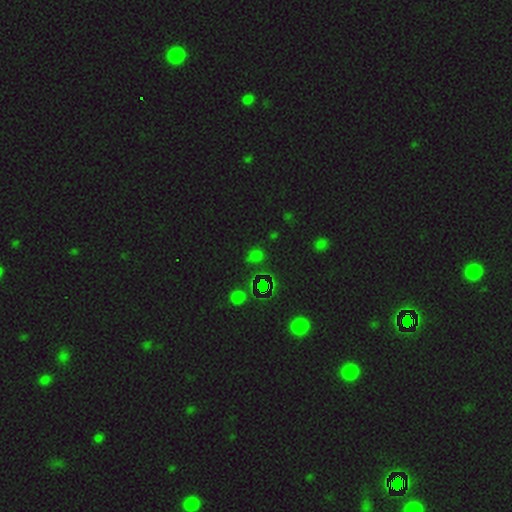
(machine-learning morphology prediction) smooth_or_featured: star or artifact (p=0.50) [alt: smooth p=0.43]